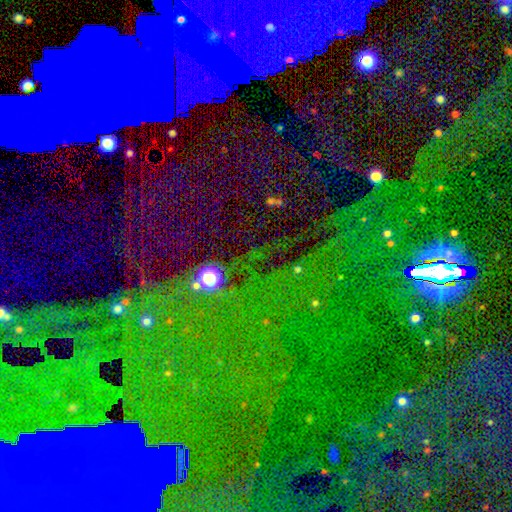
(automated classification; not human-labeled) The model was most divided on "smooth or featured": star or artifact: 65%, smooth: 26%, featured or disk: 9%.